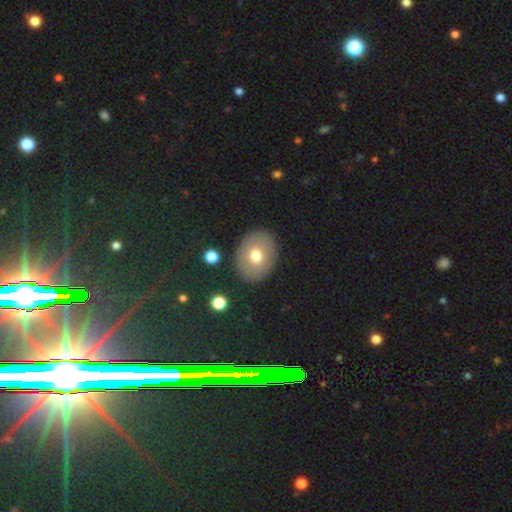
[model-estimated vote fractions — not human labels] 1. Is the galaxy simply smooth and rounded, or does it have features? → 70% smooth, 22% featured or disk, 8% star or artifact.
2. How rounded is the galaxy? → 55% in between, 44% round, 1% cigar-shaped.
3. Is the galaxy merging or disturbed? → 87% none, 8% minor disturbance, 3% major disturbance, 2% merger.